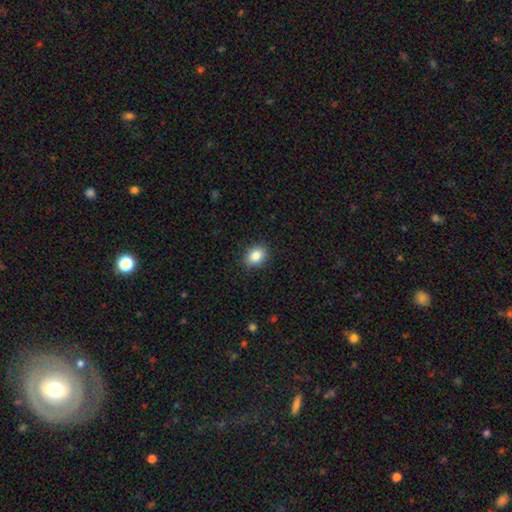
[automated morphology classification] Overall: smooth (86%). How rounded: in between (63%; round 36%). Merging: none (89%).